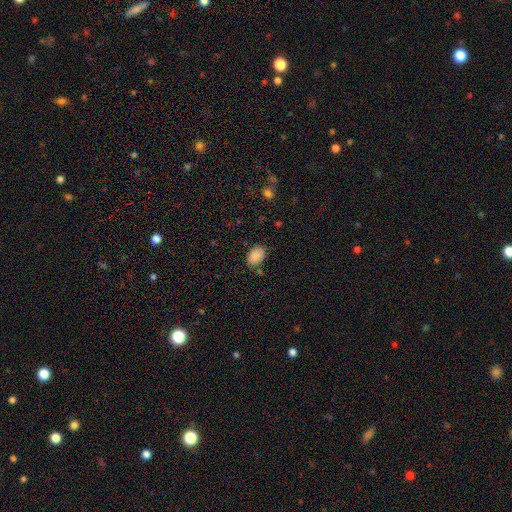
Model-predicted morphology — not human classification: This is clearly a smooth galaxy (83%). How rounded: clearly in between (81%). Merging: likely none (76%).